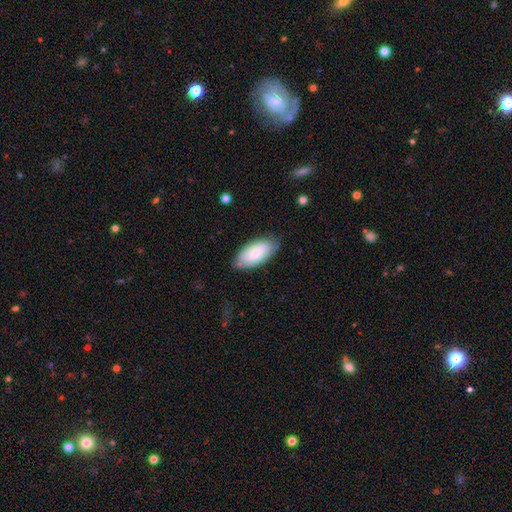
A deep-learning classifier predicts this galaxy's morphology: Smooth or featured? smooth (81%)
How rounded? in between (93%)
Merging? none (78%)